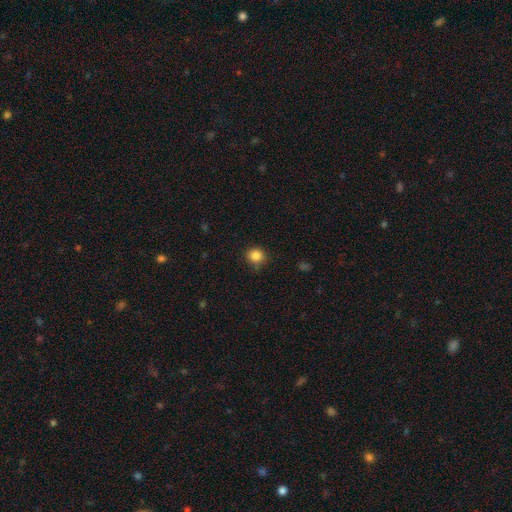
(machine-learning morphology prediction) Smooth or featured?
  - smooth: 84% *
  - star or artifact: 11%
  - featured or disk: 4%
How rounded?
  - round: 87% *
  - in between: 12%
  - cigar-shaped: 1%
Merging?
  - none: 83% *
  - minor disturbance: 13%
  - major disturbance: 3%
  - merger: 1%